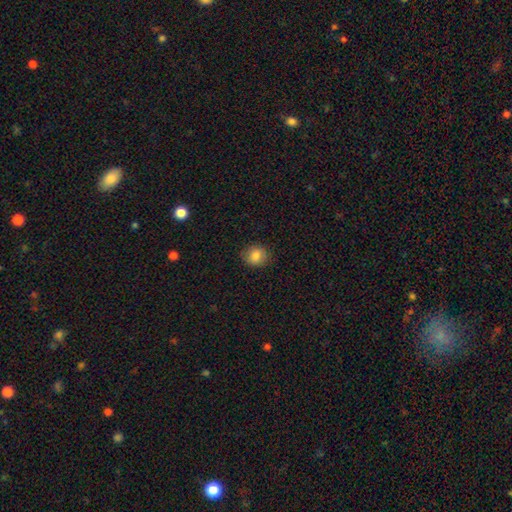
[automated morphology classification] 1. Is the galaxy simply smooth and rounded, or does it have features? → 83% smooth, 10% star or artifact, 7% featured or disk.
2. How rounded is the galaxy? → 75% round, 24% in between, 1% cigar-shaped.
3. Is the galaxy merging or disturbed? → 86% none, 11% minor disturbance, 3% major disturbance, 1% merger.